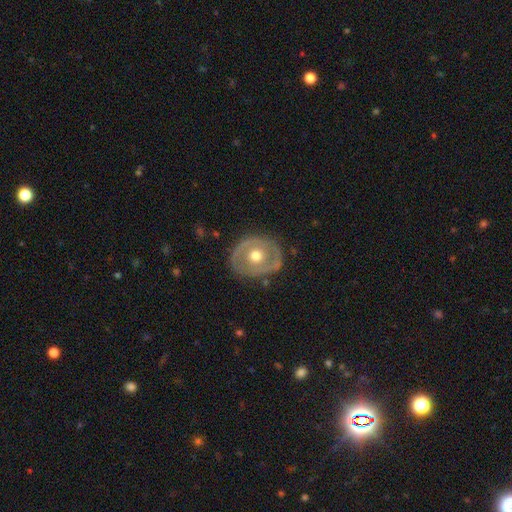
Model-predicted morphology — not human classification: Smooth or featured? featured or disk (62%)
Edge-on disk? no (95%)
Bar? no (83%)
Spiral arms? no (67%)
Bulge size? moderate (77%)
Merging? none (80%)